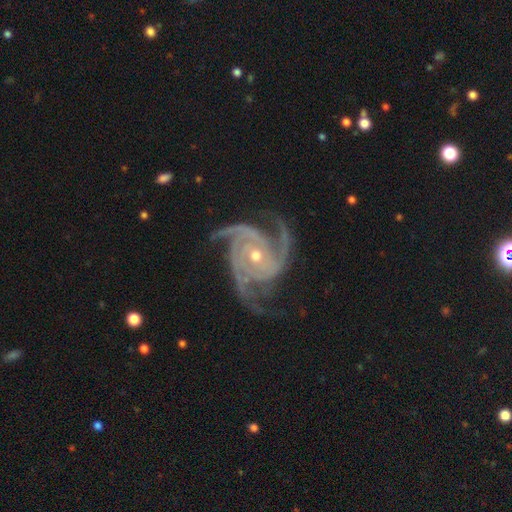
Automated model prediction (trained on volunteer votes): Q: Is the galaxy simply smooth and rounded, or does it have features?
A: featured or disk — 93%.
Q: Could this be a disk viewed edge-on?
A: no — 98%.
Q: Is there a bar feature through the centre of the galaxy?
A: no — 70%.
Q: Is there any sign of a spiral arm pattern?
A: yes — 99%.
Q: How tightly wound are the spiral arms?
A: tight — 51%.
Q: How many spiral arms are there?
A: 3 — 55%.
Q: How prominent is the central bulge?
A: moderate — 51%.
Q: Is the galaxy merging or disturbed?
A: none — 72%.